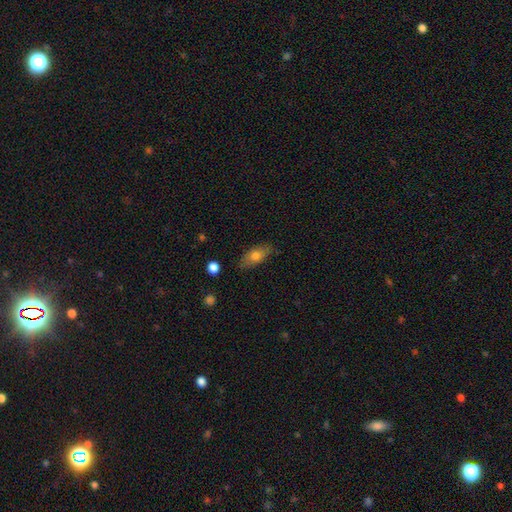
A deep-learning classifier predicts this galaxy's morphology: This is likely a smooth galaxy (72%). How rounded: clearly in between (82%). Merging: clearly none (81%).